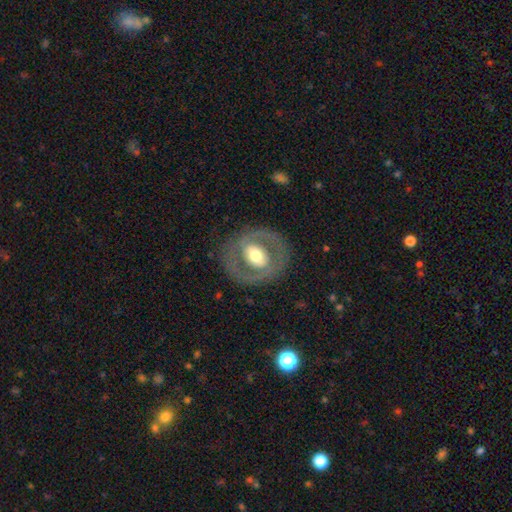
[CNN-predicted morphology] Smooth or featured: featured or disk — 64% (smooth — 30%)
Edge-on disk: no — 95% (yes — 5%)
Bar: no — 46% (weak — 30%)
Spiral arms: no — 71% (yes — 29%)
Bulge size: moderate — 60% (large — 28%)
Merging: none — 80% (minor disturbance — 11%)